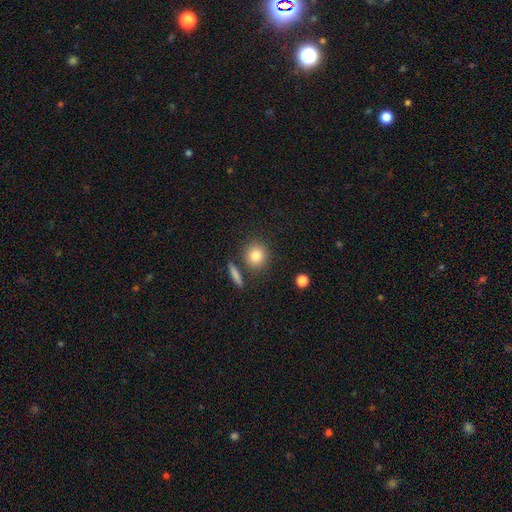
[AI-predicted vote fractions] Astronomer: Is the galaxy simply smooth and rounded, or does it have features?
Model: smooth — 82%.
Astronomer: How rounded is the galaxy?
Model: round — 83%.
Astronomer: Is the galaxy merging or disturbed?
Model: none — 80%.